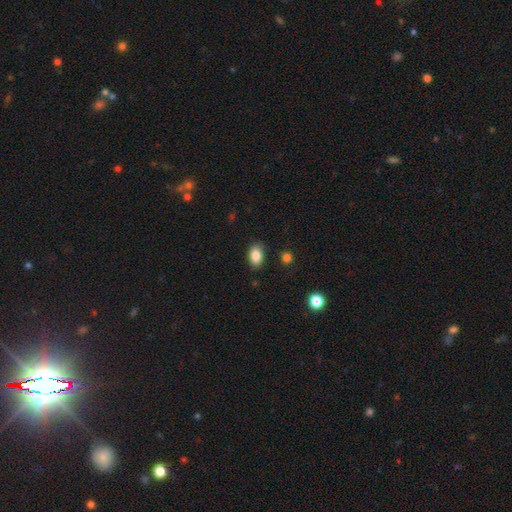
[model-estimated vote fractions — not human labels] A smooth galaxy with no disk features (86%) that is in between round and cigar-shaped (86%). Merging: none (85%).